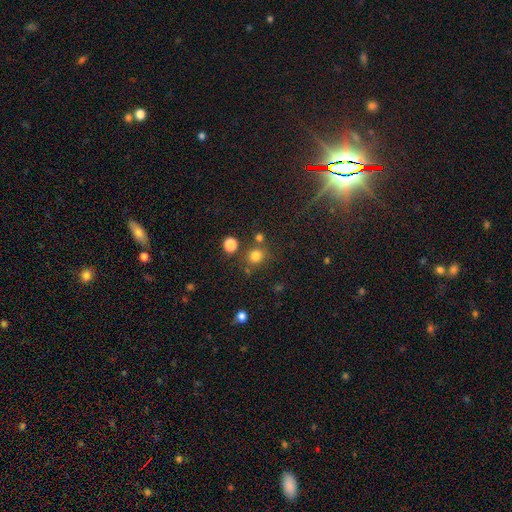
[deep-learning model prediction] smooth 78%, star or artifact 16%, featured or disk 6%. Down the decision tree: how rounded — round (87%); merging — none (73%).